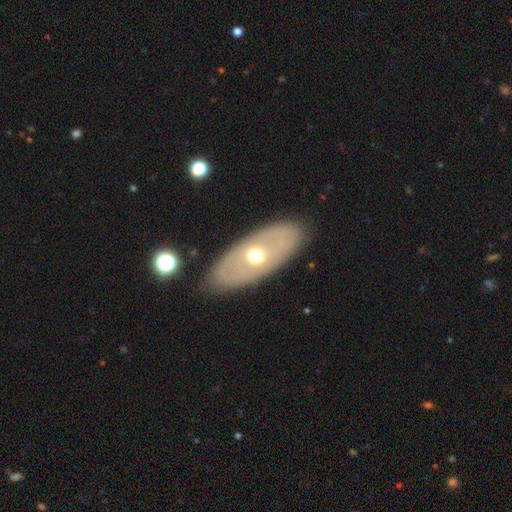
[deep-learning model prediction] Smooth or featured: featured or disk — 59% (smooth — 36%)
Edge-on disk: no — 82% (yes — 18%)
Merging: none — 84% (minor disturbance — 11%)